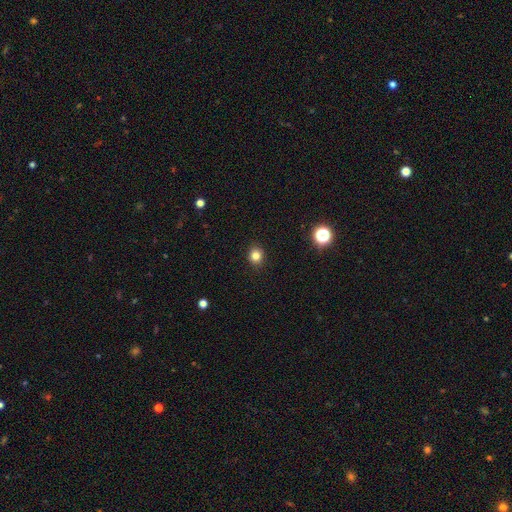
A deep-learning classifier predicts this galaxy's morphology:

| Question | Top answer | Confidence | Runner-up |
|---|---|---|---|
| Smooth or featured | smooth | 82% | star or artifact (13%) |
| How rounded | round | 79% | in between (20%) |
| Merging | none | 91% | minor disturbance (6%) |